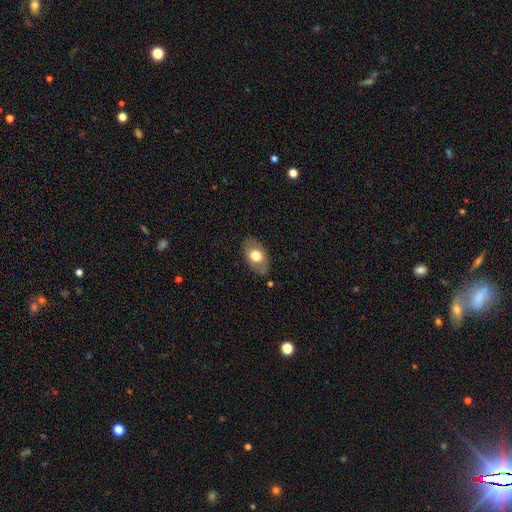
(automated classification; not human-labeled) Smooth or featured? Predicted: smooth (p=0.60). How rounded? Predicted: in between (p=0.88). Merging? Predicted: none (p=0.82).